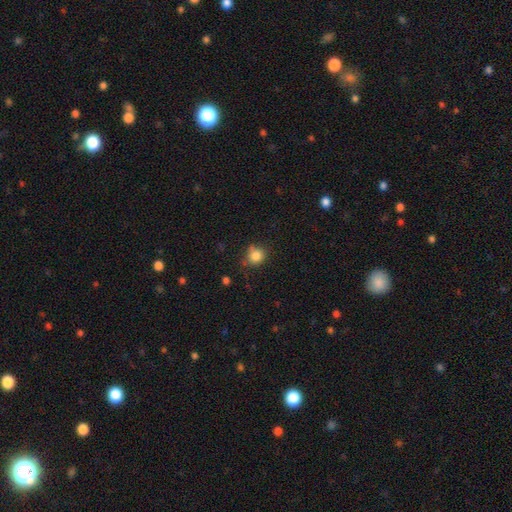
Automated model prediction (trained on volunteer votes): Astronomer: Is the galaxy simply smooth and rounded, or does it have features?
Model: smooth — 83%.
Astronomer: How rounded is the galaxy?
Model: round — 82%.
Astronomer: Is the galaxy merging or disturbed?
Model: none — 68%.